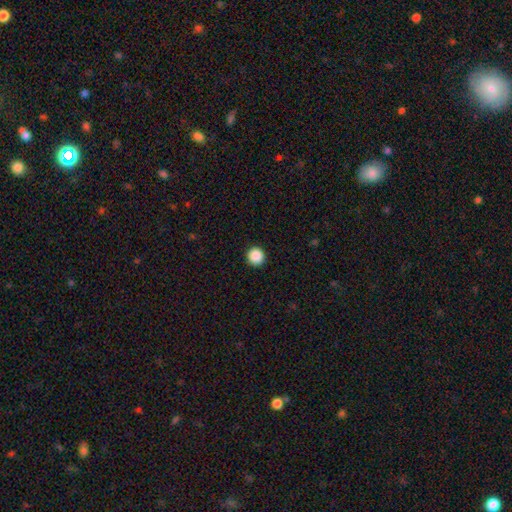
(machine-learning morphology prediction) smooth-or-featured: smooth: 89% | star or artifact: 9% | featured or disk: 2%
  how-rounded: round: 96% | in between: 3% | cigar-shaped: 1%
  merging: none: 93% | minor disturbance: 4% | major disturbance: 2% | merger: 1%